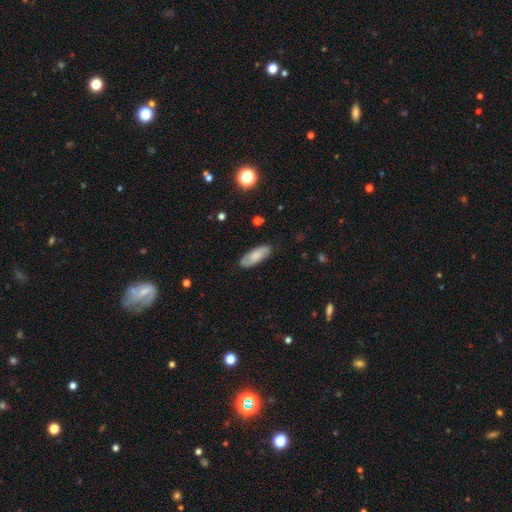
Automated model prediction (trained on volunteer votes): smooth_or_featured: smooth (p=0.65) [alt: featured or disk p=0.28]
how_rounded: in between (p=0.76) [alt: cigar-shaped p=0.22]
merging: none (p=0.84) [alt: minor disturbance p=0.12]